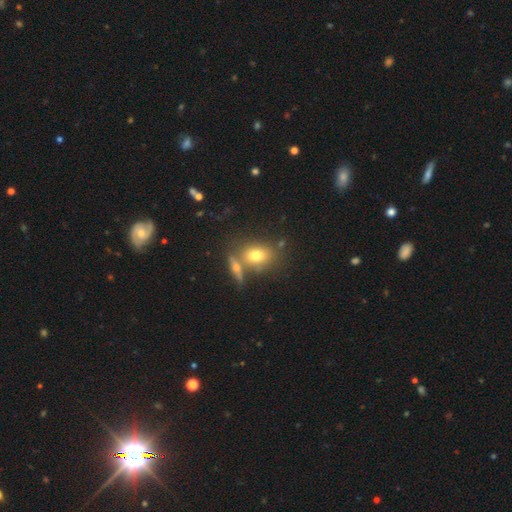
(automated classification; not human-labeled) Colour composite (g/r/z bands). It shows a smooth galaxy with no disk features (71%) that is in between round and cigar-shaped (59%). Merging: none (58%).